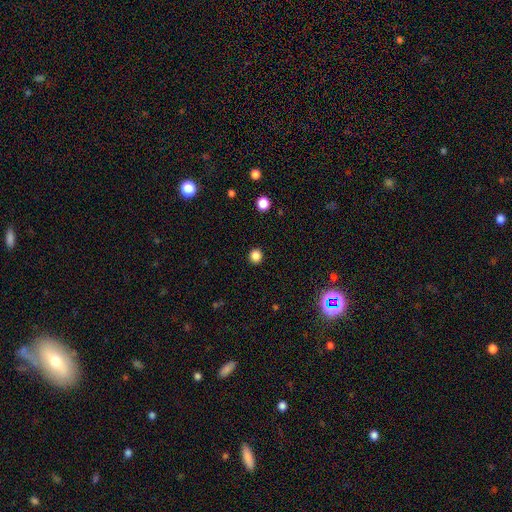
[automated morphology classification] Q: Smooth or featured?
A: smooth (85%); runner-up: star or artifact (12%)
Q: How rounded?
A: round (90%); runner-up: in between (9%)
Q: Merging?
A: none (92%); runner-up: minor disturbance (5%)